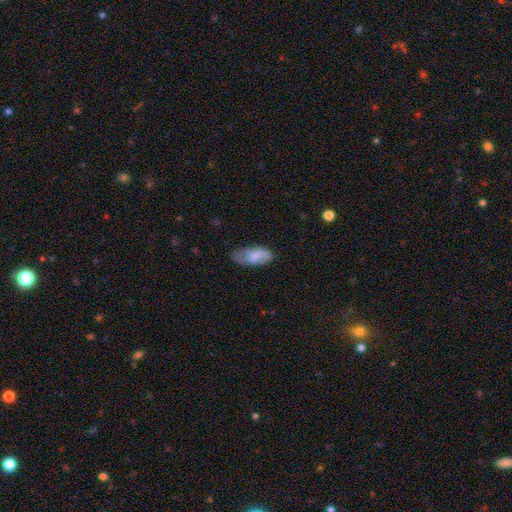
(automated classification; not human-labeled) Smooth or featured: smooth — 72% (featured or disk — 21%)
How rounded: in between — 90% (cigar-shaped — 8%)
Merging: none — 55% (minor disturbance — 32%)